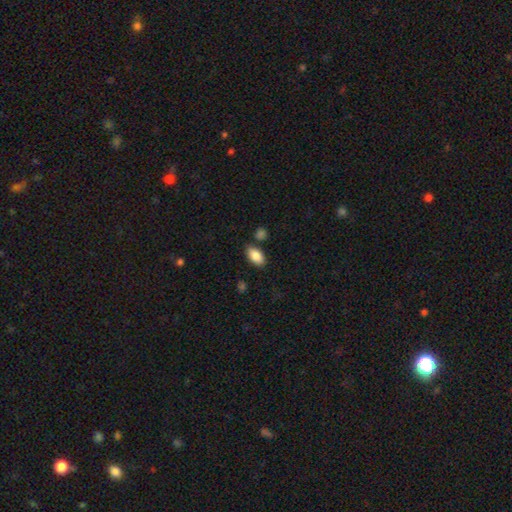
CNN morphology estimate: Q: Smooth or featured?
A: smooth (87%); runner-up: star or artifact (7%)
Q: How rounded?
A: in between (93%); runner-up: round (4%)
Q: Merging?
A: none (79%); runner-up: minor disturbance (12%)